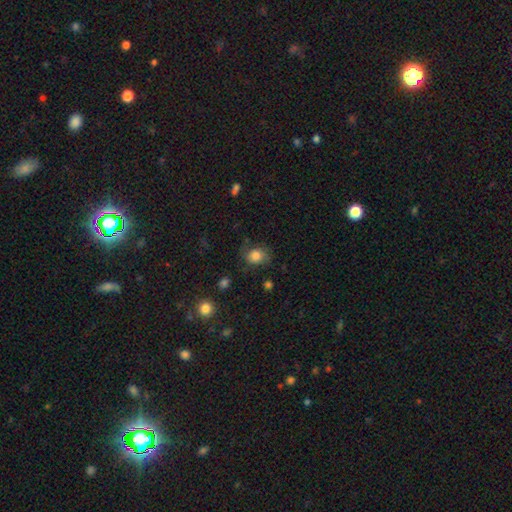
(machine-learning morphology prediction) This is likely a smooth galaxy (78%). How rounded: possibly round (58%). Merging: likely none (66%).